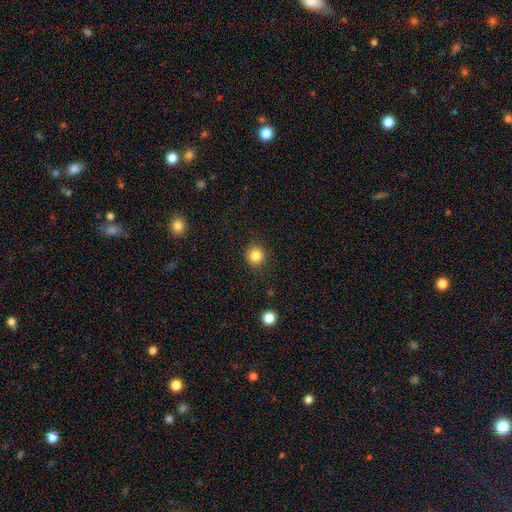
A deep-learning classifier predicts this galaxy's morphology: A smooth galaxy with no disk features (84%) that is round (92%). Merging: none (89%).